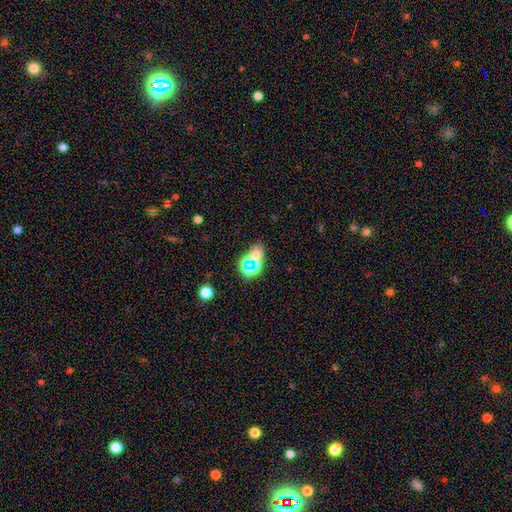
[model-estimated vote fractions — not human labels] Overall: smooth (45%; star or artifact 39%). Merging: none (54%; merger 25%).